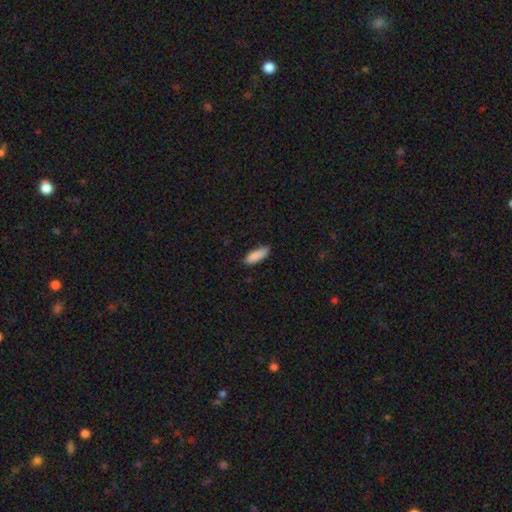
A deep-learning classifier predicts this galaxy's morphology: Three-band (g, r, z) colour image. It shows a smooth galaxy with no disk features (89%) that is in between round and cigar-shaped (59%). Merging: none (79%).